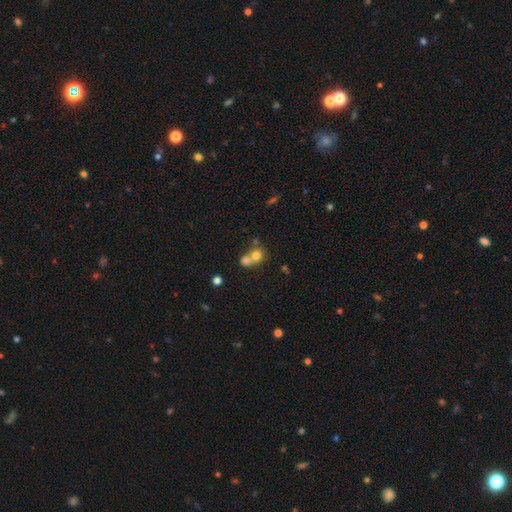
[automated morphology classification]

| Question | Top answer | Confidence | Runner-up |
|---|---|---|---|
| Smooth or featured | smooth | 72% | featured or disk (16%) |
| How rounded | round | 77% | in between (21%) |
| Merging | merger | 61% | none (30%) |